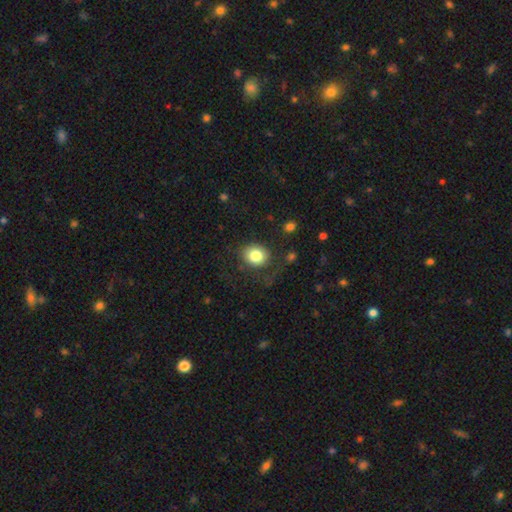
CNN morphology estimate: This is clearly a smooth galaxy (82%). How rounded: likely round (68%). Merging: likely none (74%).